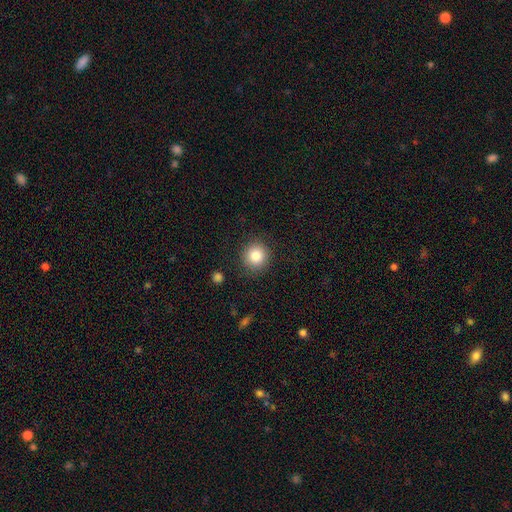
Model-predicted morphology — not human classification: Smooth or featured: smooth — 84% (star or artifact — 10%)
How rounded: round — 90% (in between — 9%)
Merging: none — 87% (minor disturbance — 8%)